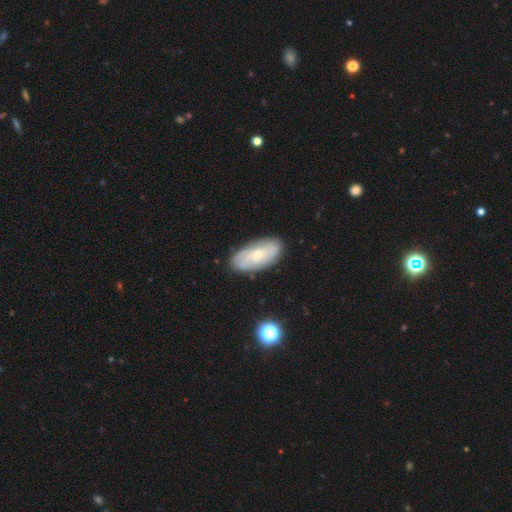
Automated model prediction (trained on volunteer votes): Smooth or featured: featured or disk — 56% (smooth — 37%)
Edge-on disk: no — 91% (yes — 9%)
Bar: no — 66% (weak — 28%)
Spiral arms: yes — 77% (no — 23%)
Bulge size: small — 58% (moderate — 34%)
Merging: none — 80% (minor disturbance — 15%)